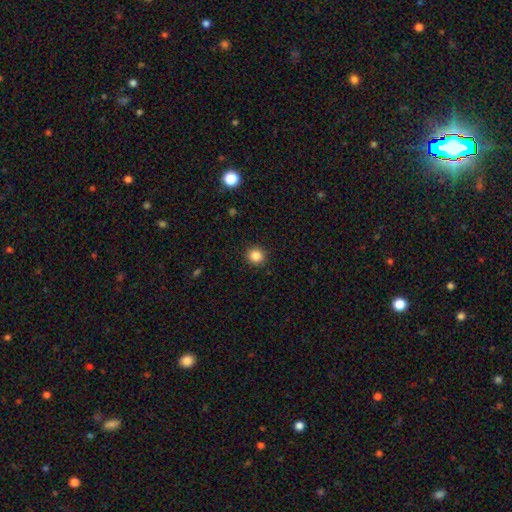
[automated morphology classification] The model was most divided on "smooth or featured": smooth: 86%, star or artifact: 11%, featured or disk: 4%. More confident: how rounded — round (92%); merging — none (91%).